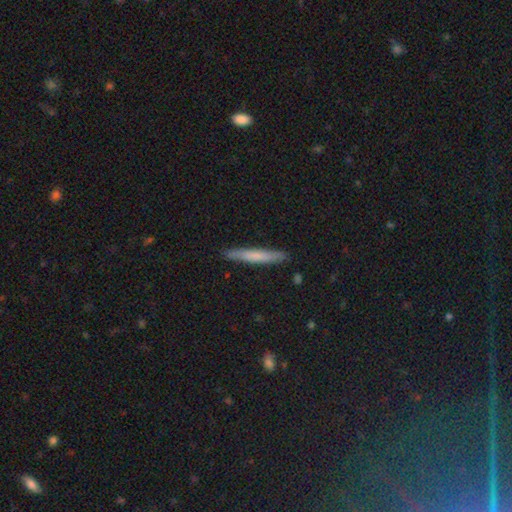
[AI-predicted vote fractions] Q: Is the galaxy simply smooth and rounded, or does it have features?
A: smooth — 67%.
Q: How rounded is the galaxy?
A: cigar-shaped — 96%.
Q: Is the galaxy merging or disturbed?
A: none — 89%.